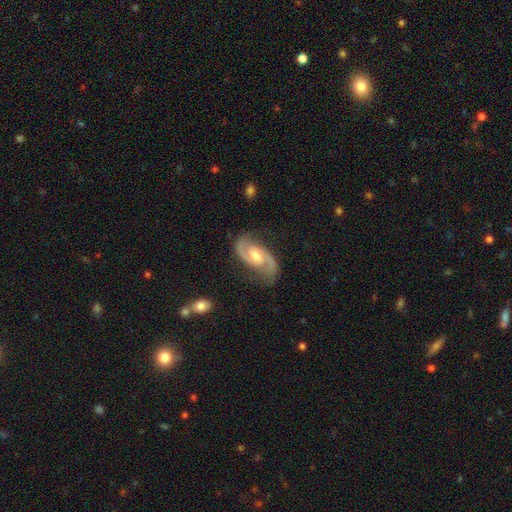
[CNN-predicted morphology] featured or disk 90%, smooth 6%, star or artifact 4%. Down the decision tree: edge-on disk — no (97%); bar — no (45%); spiral arms — yes (97%); spiral arm count — 2 (93%); spiral winding — medium (56%); bulge size — moderate (63%); merging — none (78%).